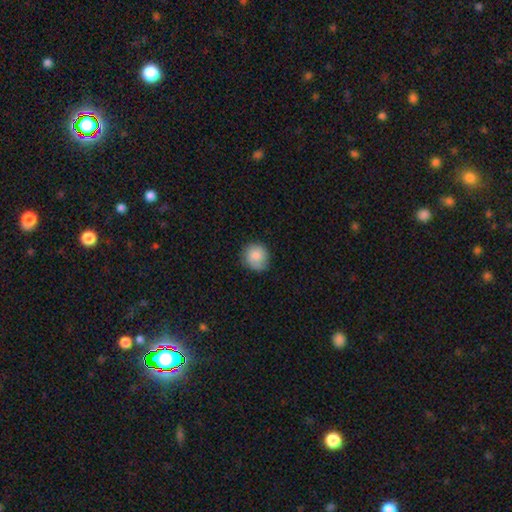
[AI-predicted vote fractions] smooth 85%, featured or disk 8%, star or artifact 7%. Down the decision tree: how rounded — round (88%); merging — none (75%).